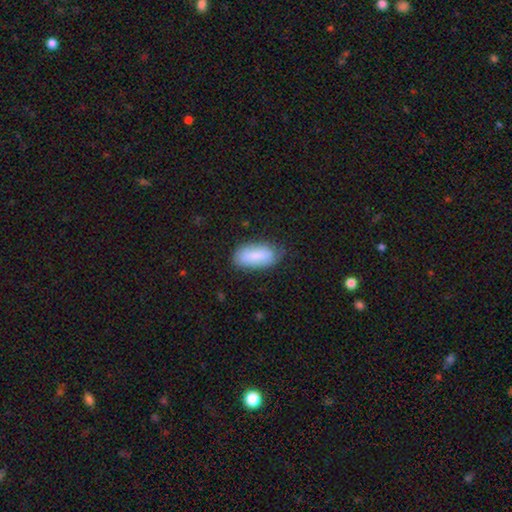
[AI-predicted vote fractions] Overall: smooth (81%). How rounded: in between (90%). Merging: none (67%).